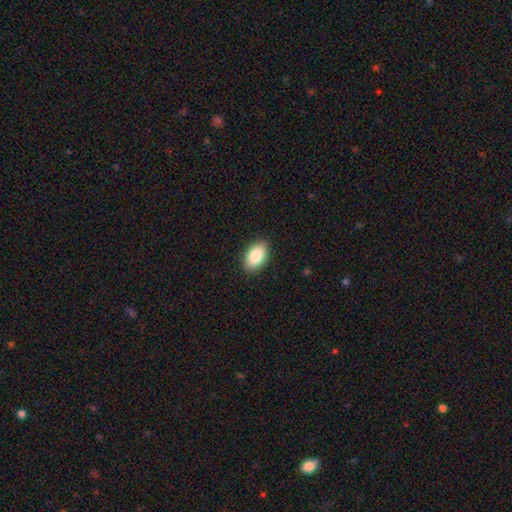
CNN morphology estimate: The model was most divided on "merging": none: 89%, minor disturbance: 8%, major disturbance: 2%, merger: 1%. More confident: how rounded — in between (93%); smooth or featured — smooth (88%).